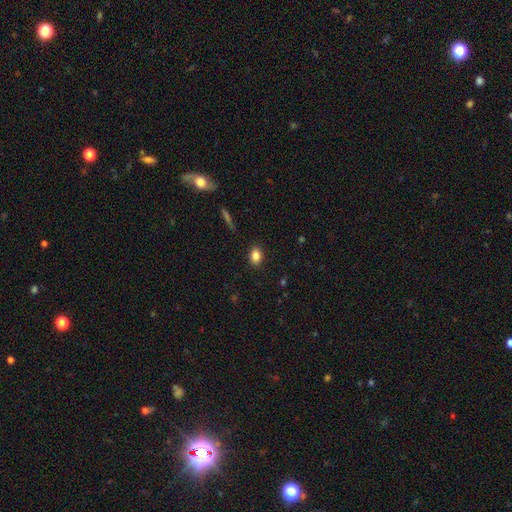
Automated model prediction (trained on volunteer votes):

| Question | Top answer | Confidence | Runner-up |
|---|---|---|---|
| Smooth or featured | smooth | 84% | star or artifact (10%) |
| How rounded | in between | 71% | round (27%) |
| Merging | none | 88% | minor disturbance (8%) |